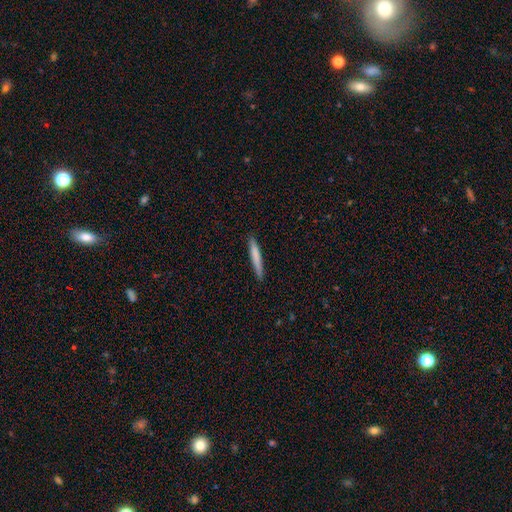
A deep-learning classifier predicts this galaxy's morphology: Smooth or featured?
  - smooth: 75% *
  - featured or disk: 19%
  - star or artifact: 6%
How rounded?
  - cigar-shaped: 95% *
  - in between: 4%
  - round: 1%
Merging?
  - none: 90% *
  - minor disturbance: 8%
  - major disturbance: 1%
  - merger: 1%